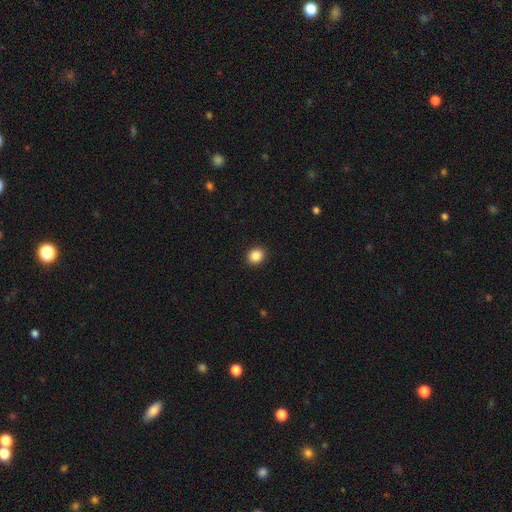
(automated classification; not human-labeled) smooth_or_featured: smooth (p=0.87) [alt: star or artifact p=0.09]
how_rounded: round (p=0.73) [alt: in between p=0.26]
merging: none (p=0.92) [alt: minor disturbance p=0.06]